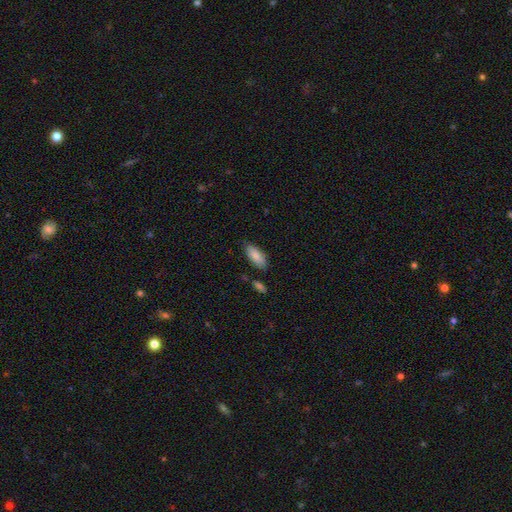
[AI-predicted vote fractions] Overall: smooth (84%). How rounded: in between (86%). Merging: none (78%).